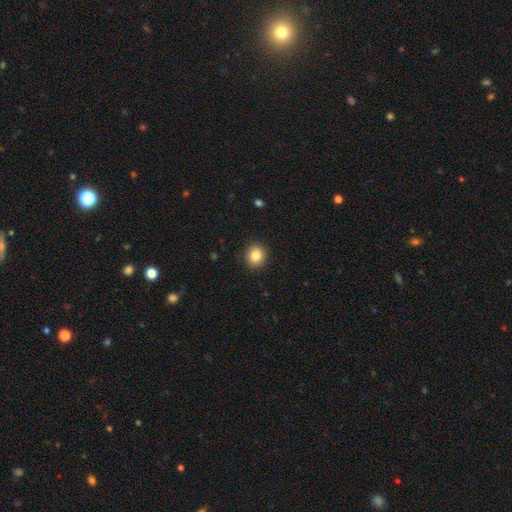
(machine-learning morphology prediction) This appears to be a smooth galaxy with no disk features (84%) that is round (81%). Merging: none (91%).